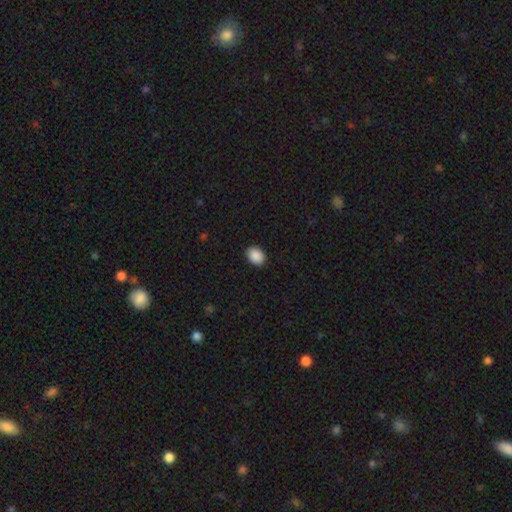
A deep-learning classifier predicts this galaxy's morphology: This is clearly a smooth galaxy (90%). How rounded: likely in between (69%). Merging: clearly none (91%).